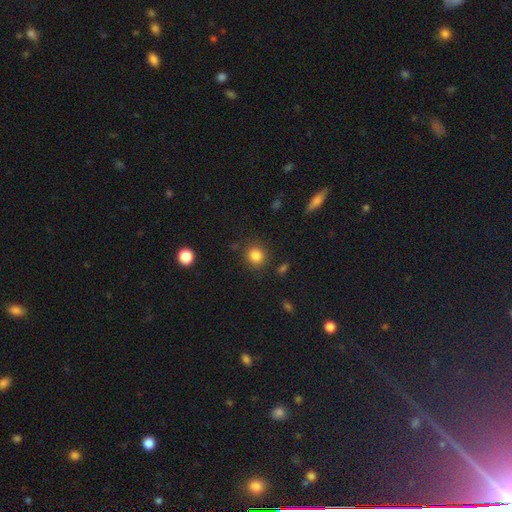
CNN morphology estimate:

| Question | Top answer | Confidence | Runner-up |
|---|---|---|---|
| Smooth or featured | smooth | 84% | star or artifact (11%) |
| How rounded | round | 87% | in between (12%) |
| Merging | none | 86% | minor disturbance (9%) |